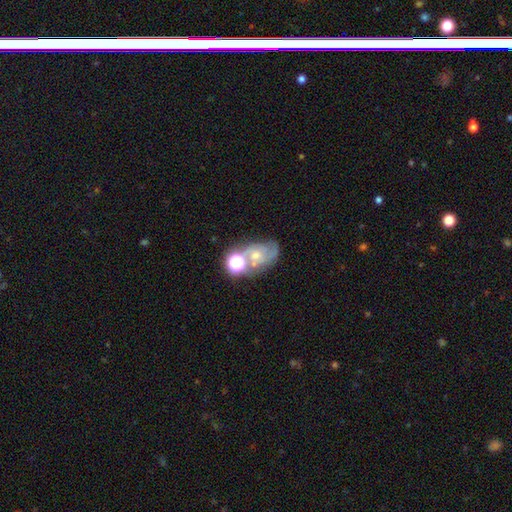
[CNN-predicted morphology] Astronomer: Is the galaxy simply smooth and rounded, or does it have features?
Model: featured or disk — 51% (runner-up: smooth, 32%).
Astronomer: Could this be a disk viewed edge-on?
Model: no — 97%.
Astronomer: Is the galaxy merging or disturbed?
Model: none — 35% (runner-up: merger, 33%).